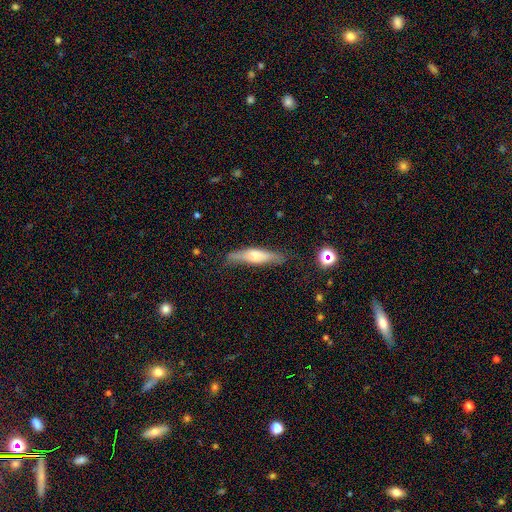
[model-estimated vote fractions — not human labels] A smooth galaxy with no disk features (47%). Merging: none (77%).